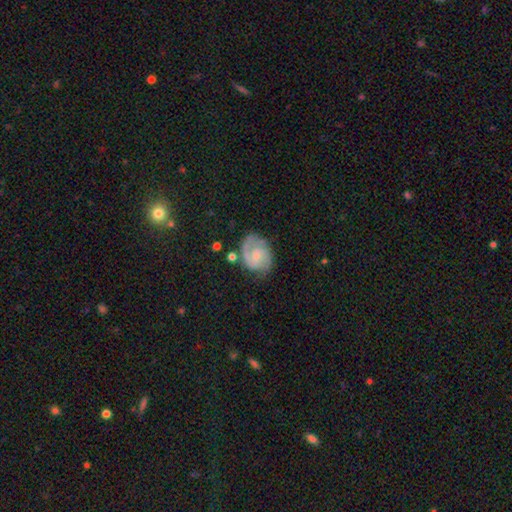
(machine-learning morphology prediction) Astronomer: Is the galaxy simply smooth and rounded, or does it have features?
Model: featured or disk — 78%.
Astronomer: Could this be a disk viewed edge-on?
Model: no — 98%.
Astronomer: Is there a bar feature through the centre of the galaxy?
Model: no — 51% (runner-up: weak, 42%).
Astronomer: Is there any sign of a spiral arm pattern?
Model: yes — 94%.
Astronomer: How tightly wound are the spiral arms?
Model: medium — 44% (runner-up: tight, 42%).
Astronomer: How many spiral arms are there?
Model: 2 — 73%.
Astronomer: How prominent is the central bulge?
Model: small — 50% (runner-up: moderate, 26%).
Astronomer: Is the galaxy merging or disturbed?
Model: none — 64%.